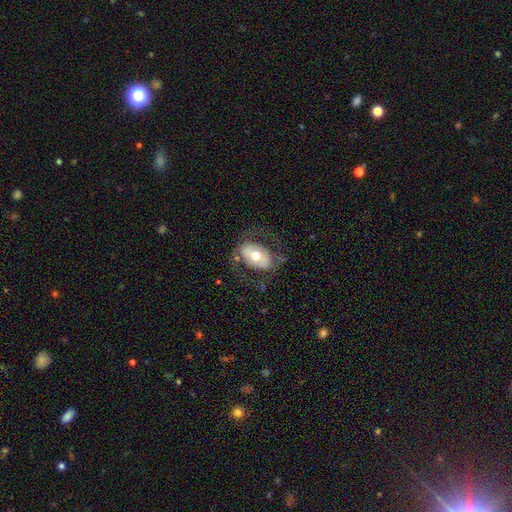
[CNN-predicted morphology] This appears to be a featured or disk galaxy (50%). Merging: none (66%).